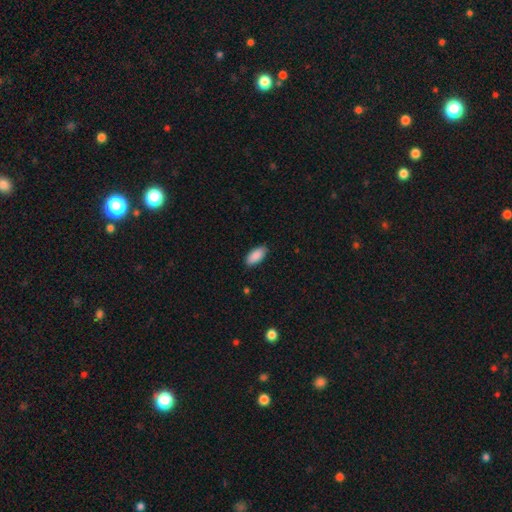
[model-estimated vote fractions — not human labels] smooth_or_featured: smooth (p=0.90) [alt: star or artifact p=0.06]
how_rounded: in between (p=0.92) [alt: cigar-shaped p=0.06]
merging: none (p=0.87) [alt: minor disturbance p=0.10]